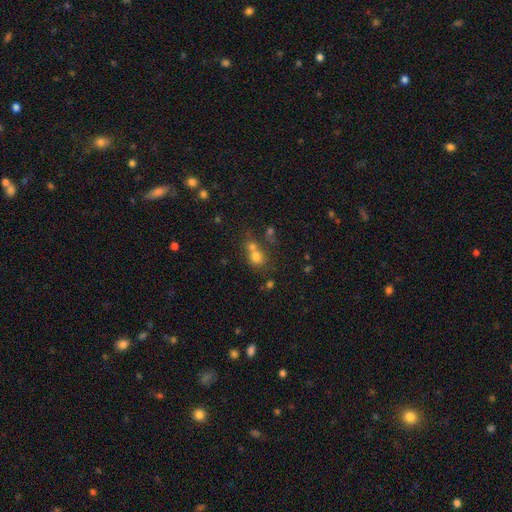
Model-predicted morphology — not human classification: The model was most divided on "merging": merger: 45%, none: 42%, minor disturbance: 8%, major disturbance: 5%. More confident: how rounded — round (78%); smooth or featured — smooth (68%).